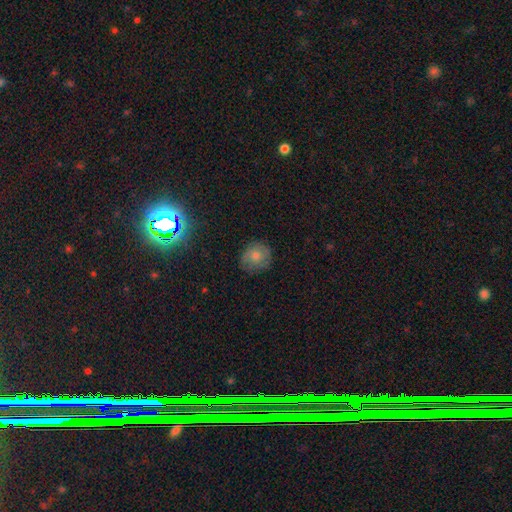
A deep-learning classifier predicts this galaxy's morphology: Smooth or featured: smooth — 71% (featured or disk — 19%)
How rounded: round — 83% (in between — 16%)
Merging: none — 78% (minor disturbance — 17%)